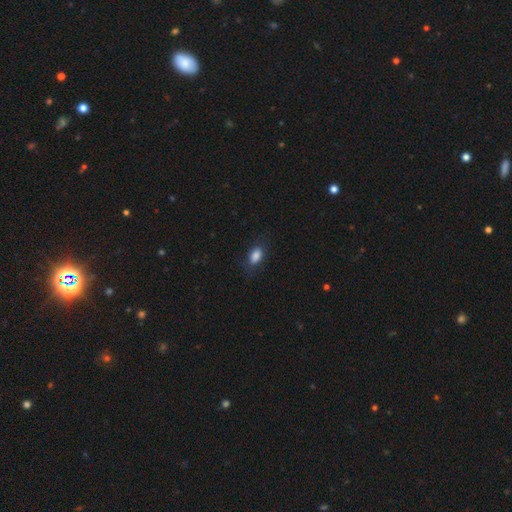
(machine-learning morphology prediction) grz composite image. It shows a smooth galaxy with no disk features (84%) that is in between round and cigar-shaped (88%). Merging: none (77%).